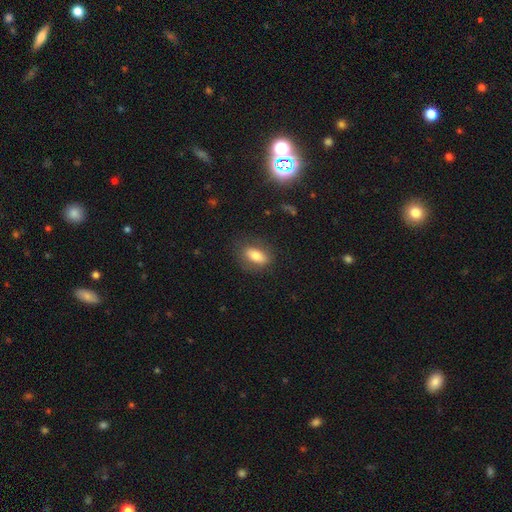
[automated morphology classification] Smooth or featured?
  - smooth: 74% *
  - featured or disk: 17%
  - star or artifact: 8%
How rounded?
  - in between: 81% *
  - cigar-shaped: 11%
  - round: 8%
Merging?
  - none: 78% *
  - minor disturbance: 15%
  - major disturbance: 6%
  - merger: 1%